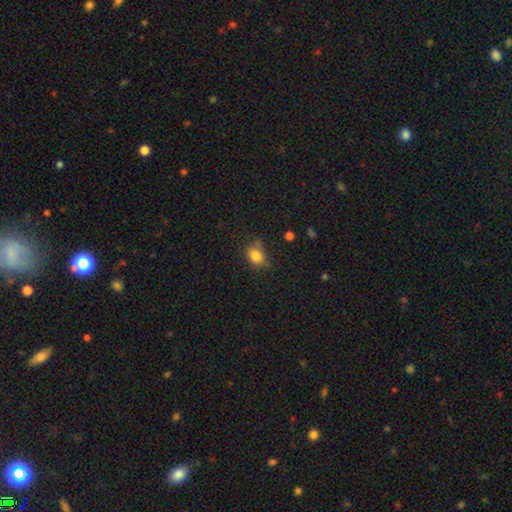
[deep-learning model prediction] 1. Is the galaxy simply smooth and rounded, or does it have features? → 83% smooth, 10% star or artifact, 7% featured or disk.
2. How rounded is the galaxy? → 58% in between, 41% round, 1% cigar-shaped.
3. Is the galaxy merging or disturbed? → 57% none, 31% minor disturbance, 10% major disturbance, 2% merger.